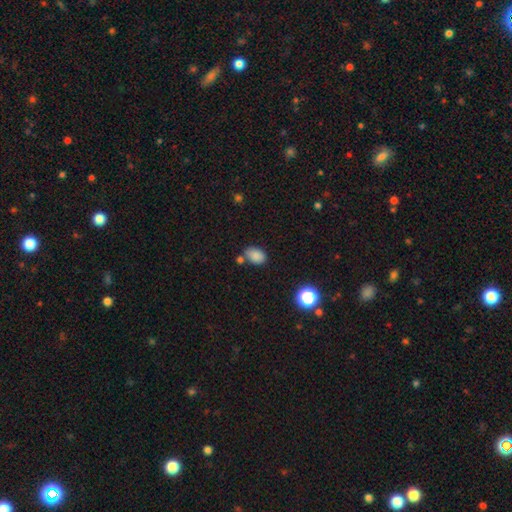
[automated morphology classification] This is clearly a smooth galaxy (84%). How rounded: clearly in between (81%). Merging: likely none (66%).